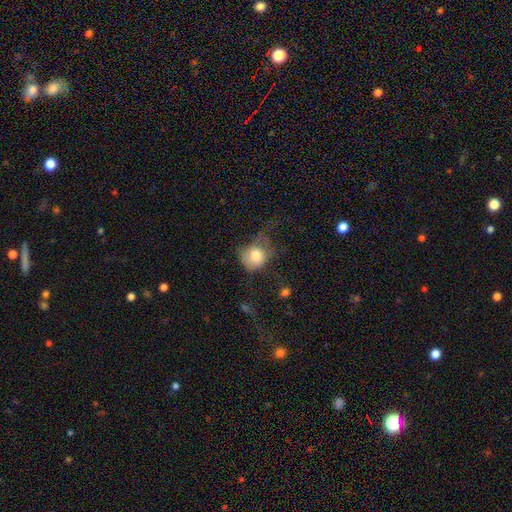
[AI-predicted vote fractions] This is likely a smooth galaxy (76%). How rounded: likely round (70%). Merging: marginally major disturbance (35%).